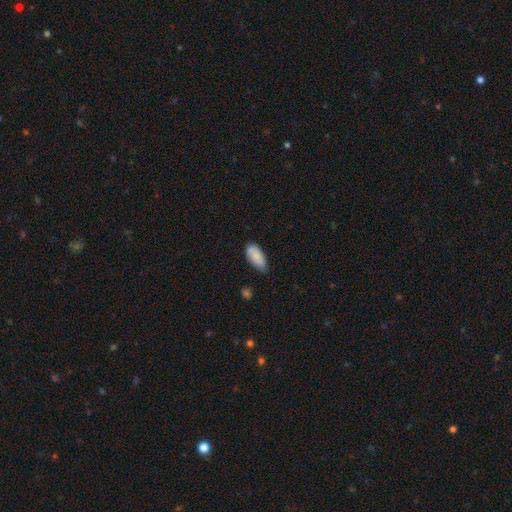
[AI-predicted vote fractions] This is clearly a smooth galaxy (83%). How rounded: clearly in between (90%). Merging: possibly none (58%).